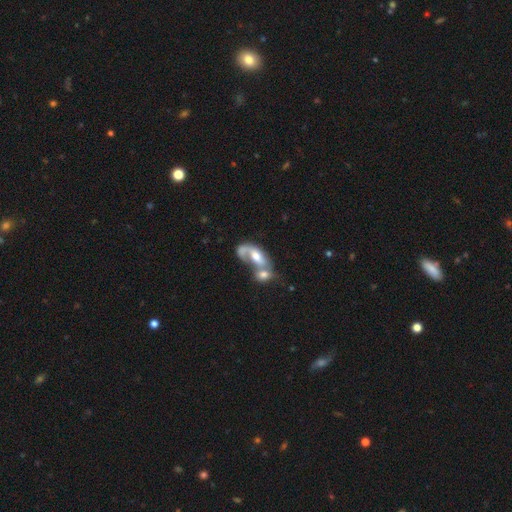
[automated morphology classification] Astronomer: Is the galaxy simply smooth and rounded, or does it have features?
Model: featured or disk — 54% (runner-up: smooth, 39%).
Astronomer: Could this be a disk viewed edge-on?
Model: no — 93%.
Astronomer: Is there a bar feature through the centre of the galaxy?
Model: no — 60%.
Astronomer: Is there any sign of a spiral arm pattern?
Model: yes — 61% (runner-up: no, 39%).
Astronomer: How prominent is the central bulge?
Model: moderate — 59%.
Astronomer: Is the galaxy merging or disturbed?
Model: merger — 72%.